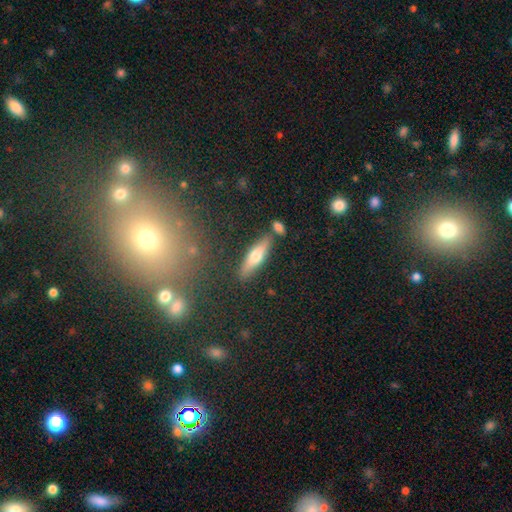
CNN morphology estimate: smooth_or_featured: smooth (p=0.59) [alt: featured or disk p=0.35]
how_rounded: cigar-shaped (p=0.66) [alt: in between p=0.32]
merging: none (p=0.80) [alt: minor disturbance p=0.11]